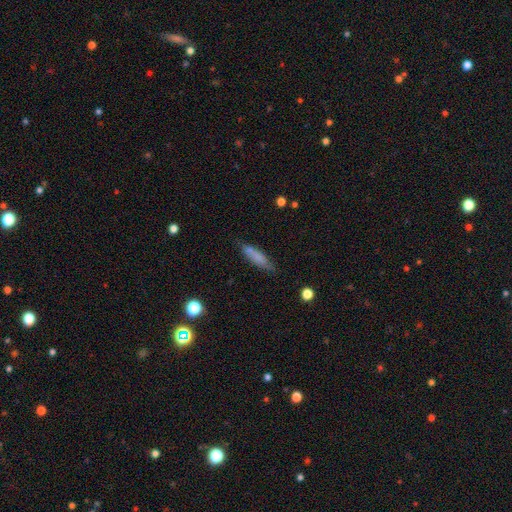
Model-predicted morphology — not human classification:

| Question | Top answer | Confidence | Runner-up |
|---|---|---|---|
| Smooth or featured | smooth | 74% | featured or disk (18%) |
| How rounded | cigar-shaped | 76% | in between (22%) |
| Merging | none | 76% | minor disturbance (17%) |